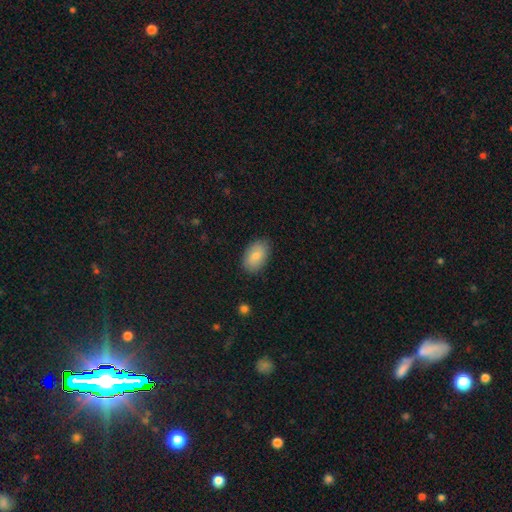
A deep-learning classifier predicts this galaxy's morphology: smooth 83%, featured or disk 10%, star or artifact 6%. Down the decision tree: how rounded — in between (91%); merging — none (85%).